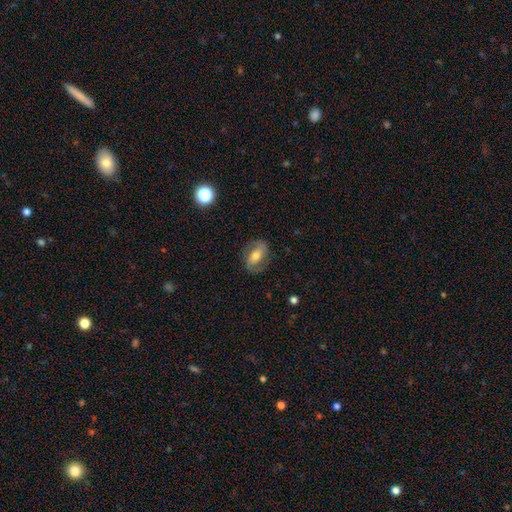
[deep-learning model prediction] Q: Smooth or featured?
A: featured or disk (65%); runner-up: smooth (28%)
Q: Edge-on disk?
A: no (95%); runner-up: yes (5%)
Q: Bar?
A: no (34%); tied with: weak (34%)
Q: Spiral arms?
A: yes (83%); runner-up: no (17%)
Q: Spiral winding?
A: medium (46%); runner-up: tight (30%)
Q: Spiral arm count?
A: 2 (87%); runner-up: can't tell (7%)
Q: Bulge size?
A: moderate (62%); runner-up: small (26%)
Q: Merging?
A: none (79%); runner-up: minor disturbance (14%)